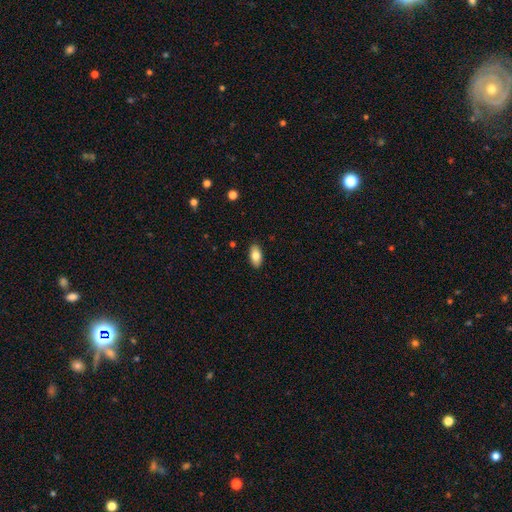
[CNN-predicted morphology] smooth 82%, featured or disk 11%, star or artifact 7%. Down the decision tree: how rounded — in between (92%); merging — none (89%).